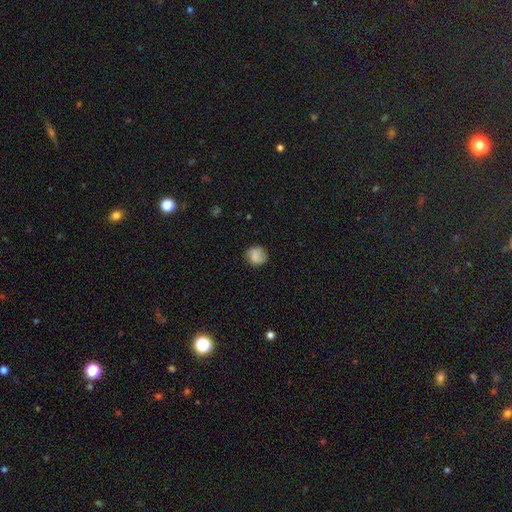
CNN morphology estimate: smooth_or_featured: smooth (p=0.75) [alt: featured or disk p=0.15]
how_rounded: round (p=0.81) [alt: in between p=0.18]
merging: none (p=0.73) [alt: minor disturbance p=0.20]